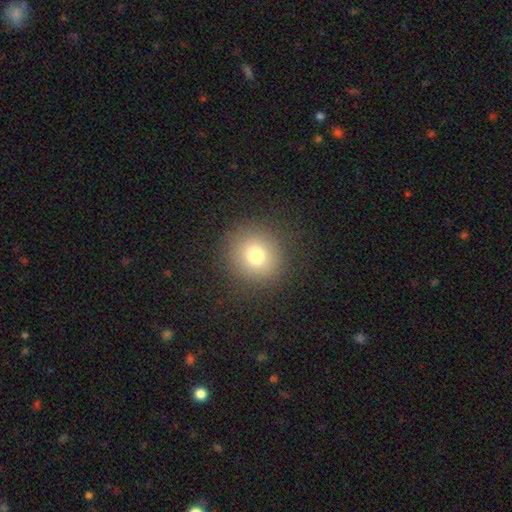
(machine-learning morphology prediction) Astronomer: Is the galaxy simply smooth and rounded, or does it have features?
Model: smooth — 75%.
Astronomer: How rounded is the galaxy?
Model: round — 91%.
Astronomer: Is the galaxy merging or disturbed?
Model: none — 88%.